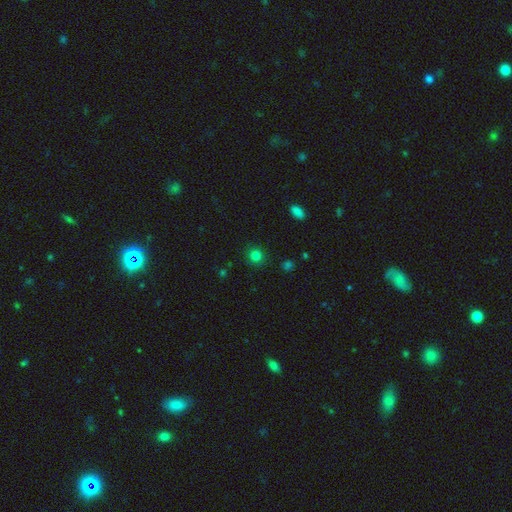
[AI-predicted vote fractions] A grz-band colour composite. It shows a smooth galaxy with no disk features (81%) that is round (90%). Merging: none (90%).